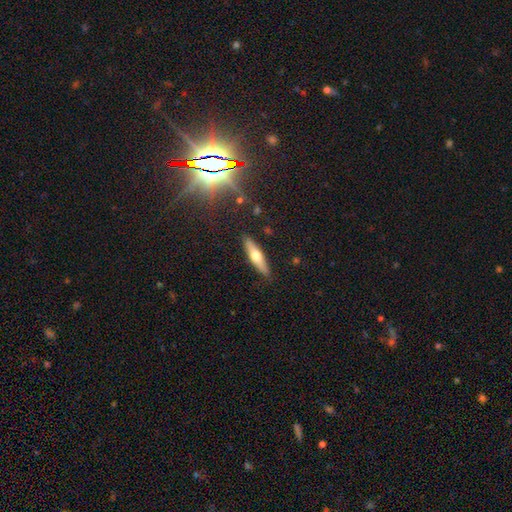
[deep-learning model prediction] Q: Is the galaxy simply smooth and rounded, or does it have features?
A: smooth — 49%.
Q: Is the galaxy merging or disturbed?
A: none — 89%.